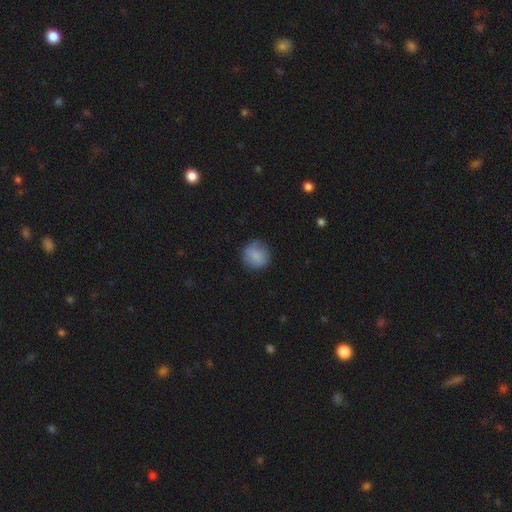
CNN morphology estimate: A smooth galaxy with no disk features (83%) that is round (88%).

Vote fractions:
- Smooth or featured? smooth: 83% / featured or disk: 9% / star or artifact: 8%
- How rounded? round: 88% / in between: 11% / cigar-shaped: 1%
- Merging? none: 78% / minor disturbance: 16% / major disturbance: 4% / merger: 1%